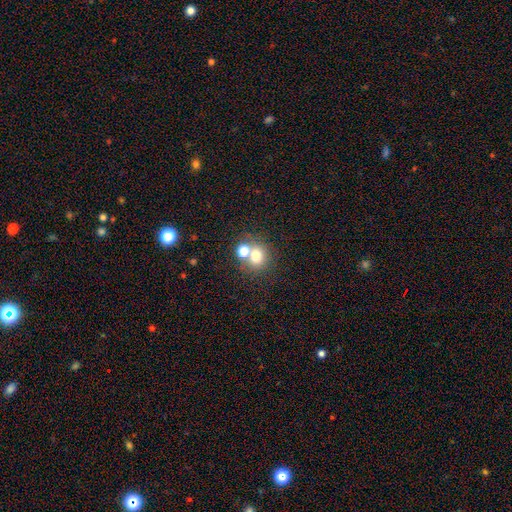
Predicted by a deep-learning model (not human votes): Smooth or featured? smooth (72%)
How rounded? round (79%)
Merging? none (46%)